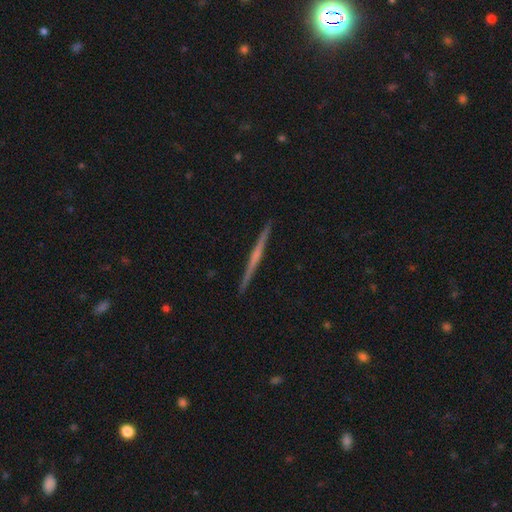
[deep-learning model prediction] Q: Smooth or featured?
A: featured or disk (70%); runner-up: smooth (24%)
Q: Edge-on disk?
A: yes (98%); runner-up: no (2%)
Q: Edge-on bulge?
A: none (60%); runner-up: rounded (30%)
Q: Merging?
A: none (93%); runner-up: minor disturbance (5%)